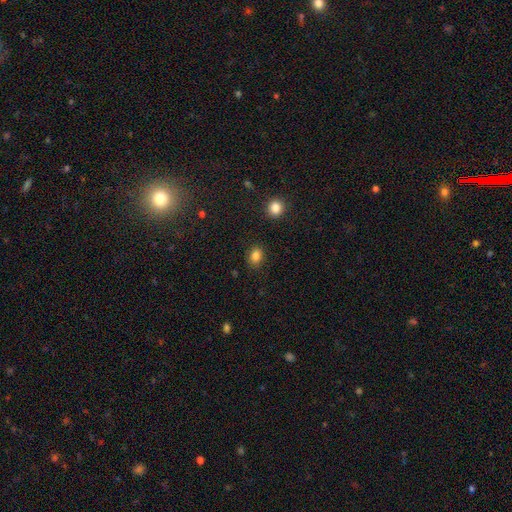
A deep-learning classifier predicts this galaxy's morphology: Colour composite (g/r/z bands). It shows a smooth galaxy with no disk features (84%) that is in between round and cigar-shaped (56%). Merging: none (86%).